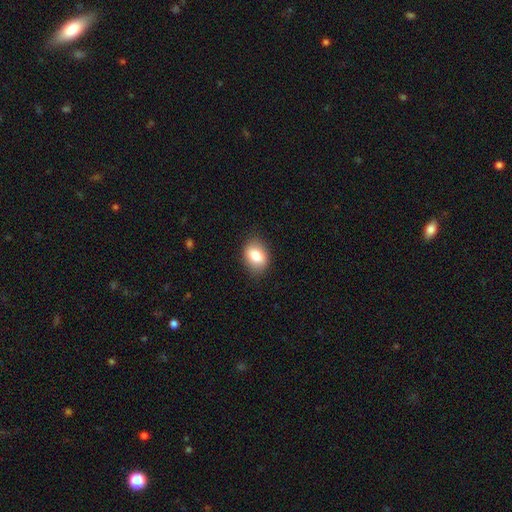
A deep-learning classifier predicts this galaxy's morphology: Smooth or featured?
  - smooth: 82% *
  - featured or disk: 10%
  - star or artifact: 8%
How rounded?
  - in between: 77% *
  - round: 22%
  - cigar-shaped: 1%
Merging?
  - none: 83% *
  - minor disturbance: 13%
  - major disturbance: 3%
  - merger: 1%